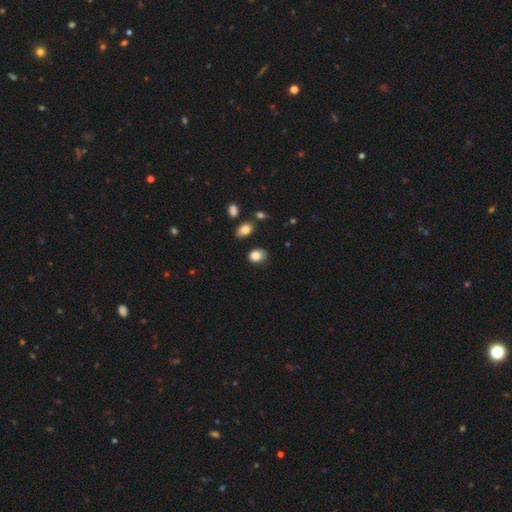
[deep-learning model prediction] Q: Smooth or featured?
A: smooth (86%); runner-up: star or artifact (9%)
Q: How rounded?
A: in between (61%); runner-up: round (38%)
Q: Merging?
A: none (75%); runner-up: minor disturbance (18%)